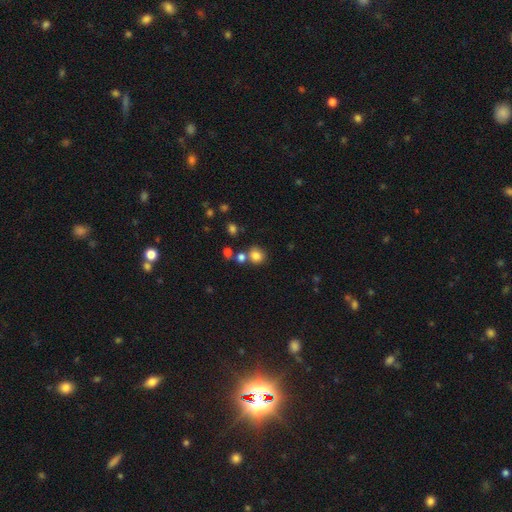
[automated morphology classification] Q: Smooth or featured?
A: smooth (81%); runner-up: star or artifact (13%)
Q: How rounded?
A: round (78%); runner-up: in between (21%)
Q: Merging?
A: none (67%); runner-up: merger (19%)